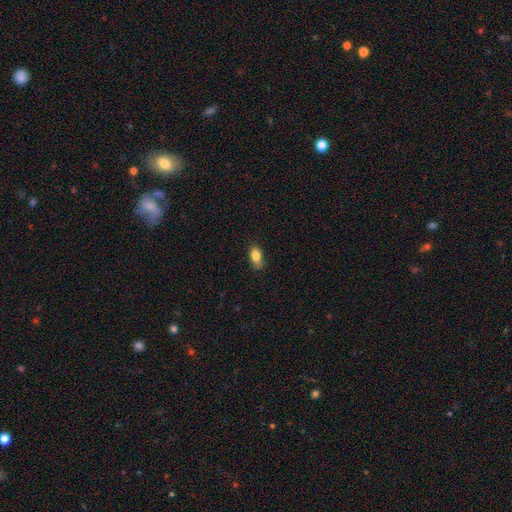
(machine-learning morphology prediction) The model was most divided on "merging": none: 71%, minor disturbance: 23%, major disturbance: 5%, merger: 1%. More confident: how rounded — in between (87%); smooth or featured — smooth (84%).